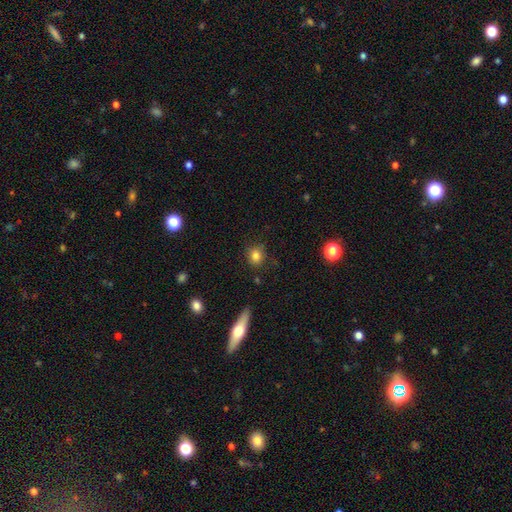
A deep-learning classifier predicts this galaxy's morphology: Smooth or featured?
  - smooth: 82% *
  - star or artifact: 11%
  - featured or disk: 7%
How rounded?
  - round: 77% *
  - in between: 21%
  - cigar-shaped: 1%
Merging?
  - none: 82% *
  - minor disturbance: 12%
  - major disturbance: 3%
  - merger: 2%